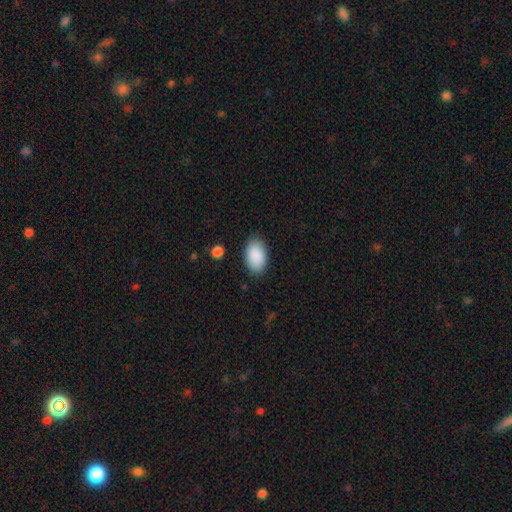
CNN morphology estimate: This appears to be a smooth galaxy with no disk features (90%) that is in between round and cigar-shaped (93%). Merging: none (86%).